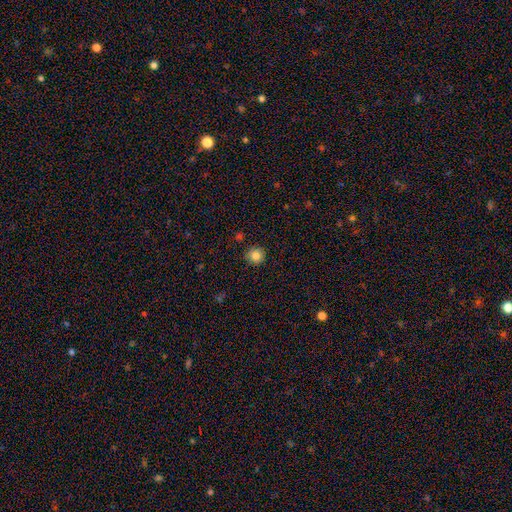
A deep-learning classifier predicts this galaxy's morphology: Q: Smooth or featured?
A: smooth (83%); runner-up: star or artifact (11%)
Q: How rounded?
A: round (94%); runner-up: in between (5%)
Q: Merging?
A: none (90%); runner-up: minor disturbance (7%)